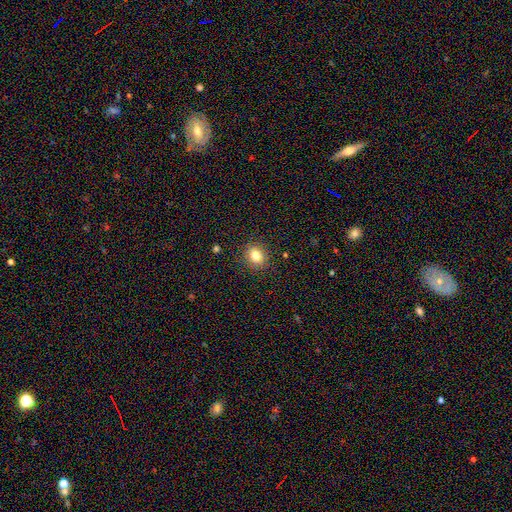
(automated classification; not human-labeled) A smooth galaxy with no disk features (81%) that is round (65%).

Vote fractions:
- Smooth or featured? smooth: 81% / star or artifact: 12% / featured or disk: 8%
- How rounded? round: 65% / in between: 34% / cigar-shaped: 1%
- Merging? none: 89% / minor disturbance: 8% / major disturbance: 2% / merger: 1%